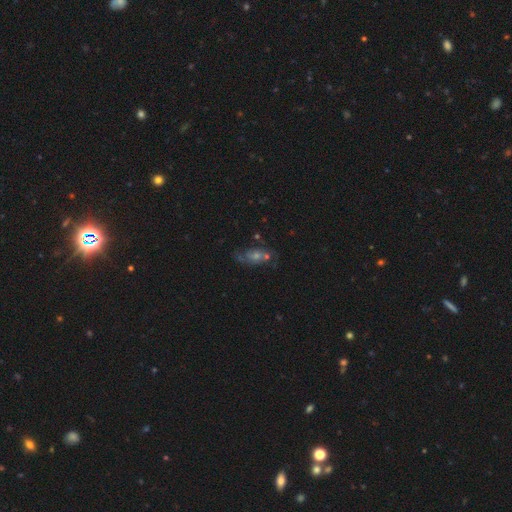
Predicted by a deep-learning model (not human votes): The model was most divided on "smooth or featured": featured or disk: 48%, smooth: 31%, star or artifact: 21%. More confident: merging — none (54%).